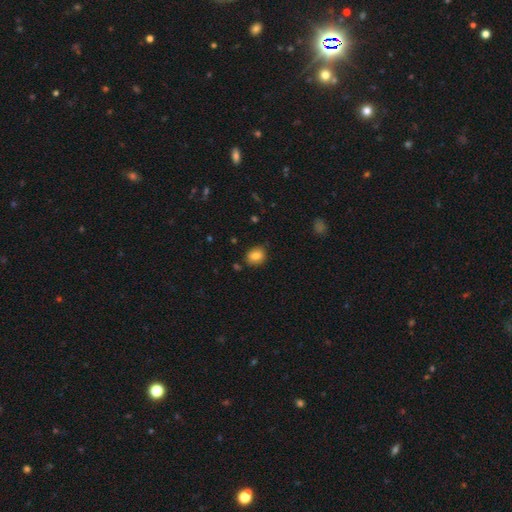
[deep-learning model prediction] smooth 82%, star or artifact 10%, featured or disk 8%. Down the decision tree: how rounded — round (60%); merging — none (80%).